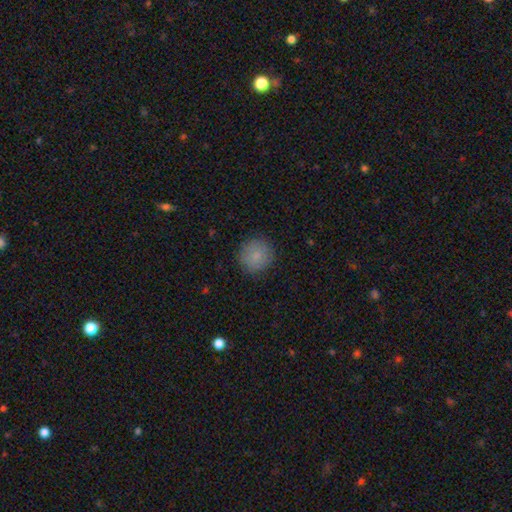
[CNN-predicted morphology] Overall: smooth (82%). How rounded: round (93%). Merging: none (87%).